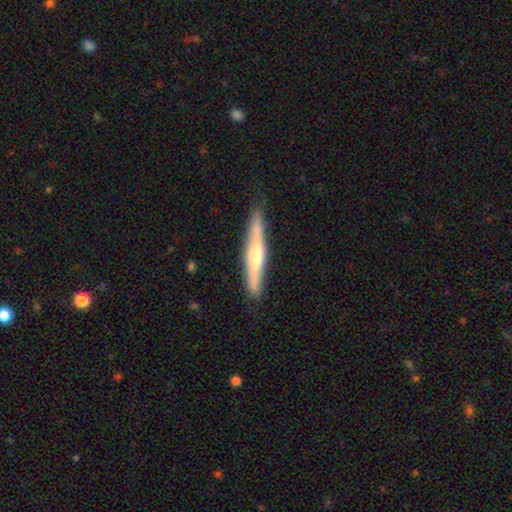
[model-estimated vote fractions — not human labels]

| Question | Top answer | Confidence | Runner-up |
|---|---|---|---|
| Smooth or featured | featured or disk | 54% | smooth (41%) |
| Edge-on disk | yes | 93% | no (7%) |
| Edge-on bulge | rounded | 62% | none (22%) |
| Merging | none | 82% | minor disturbance (14%) |